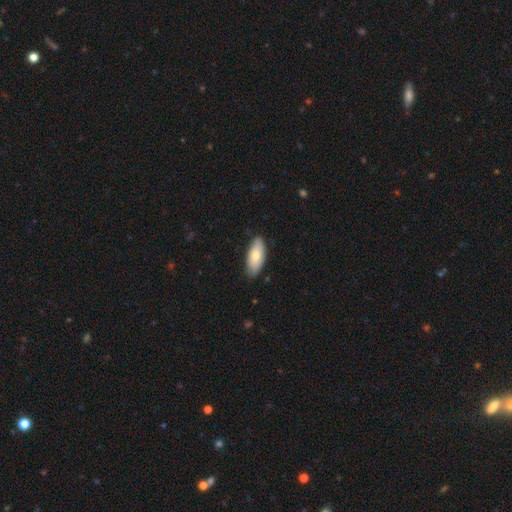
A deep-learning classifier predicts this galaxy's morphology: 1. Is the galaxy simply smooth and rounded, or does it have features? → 77% smooth, 17% featured or disk, 5% star or artifact.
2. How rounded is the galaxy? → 85% in between, 13% cigar-shaped, 2% round.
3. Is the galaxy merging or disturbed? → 84% none, 13% minor disturbance, 2% major disturbance, 1% merger.